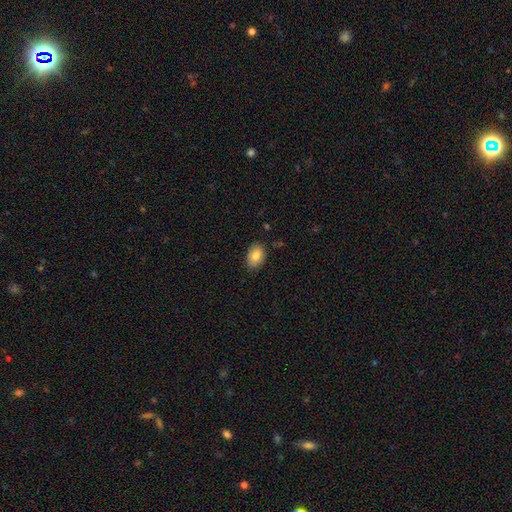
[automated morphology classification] smooth-or-featured: smooth: 82% | featured or disk: 10% | star or artifact: 8%
  how-rounded: in between: 80% | round: 18% | cigar-shaped: 1%
  merging: none: 84% | minor disturbance: 12% | major disturbance: 2% | merger: 1%